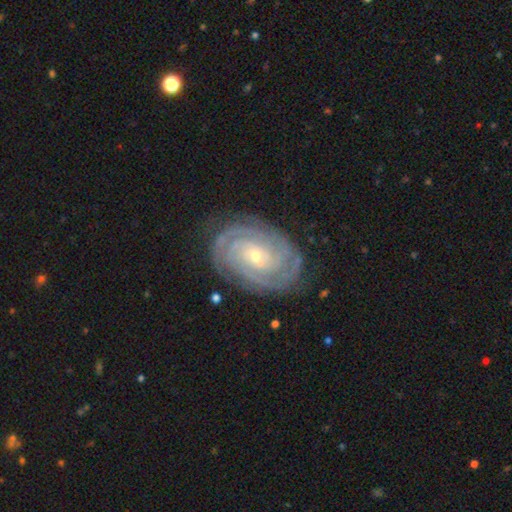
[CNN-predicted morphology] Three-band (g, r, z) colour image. It shows a featured or disk galaxy (89%) with no bar (62%), 2 (26%) tight (83%) spiral arms (98%) and a small central bulge (75%). Merging: none (82%).